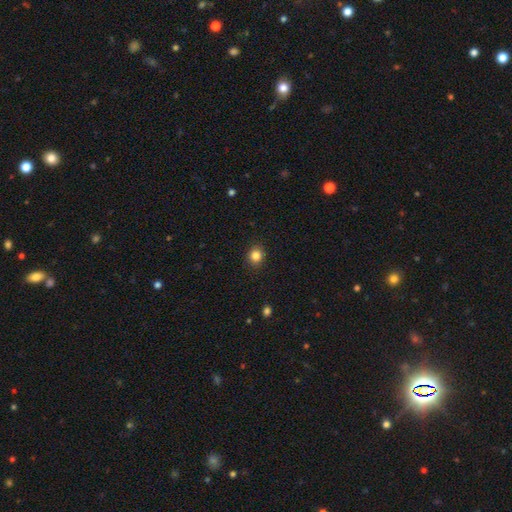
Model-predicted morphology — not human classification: The model was most divided on "how rounded": round: 80%, in between: 19%, cigar-shaped: 1%. More confident: merging — none (89%); smooth or featured — smooth (84%).